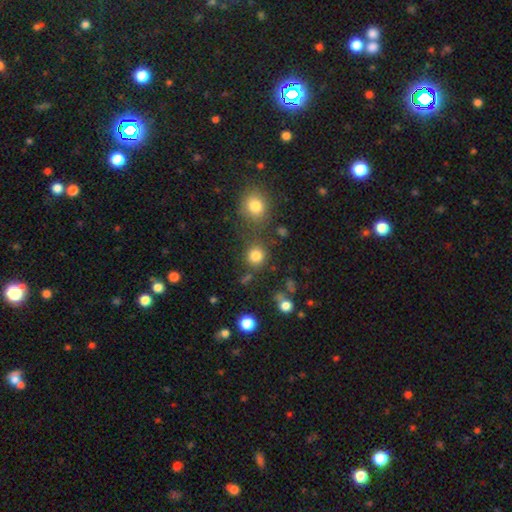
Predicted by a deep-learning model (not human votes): Smooth or featured? smooth (81%)
How rounded? round (89%)
Merging? none (74%)